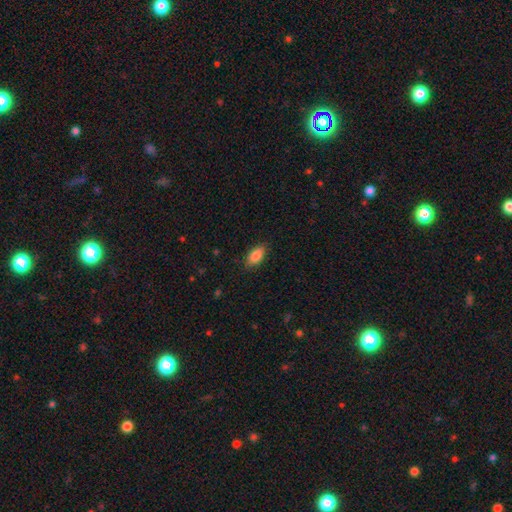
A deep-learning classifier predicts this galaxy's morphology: The model was most divided on "merging": none: 84%, minor disturbance: 12%, major disturbance: 3%, merger: 1%. More confident: how rounded — in between (89%); smooth or featured — smooth (86%).